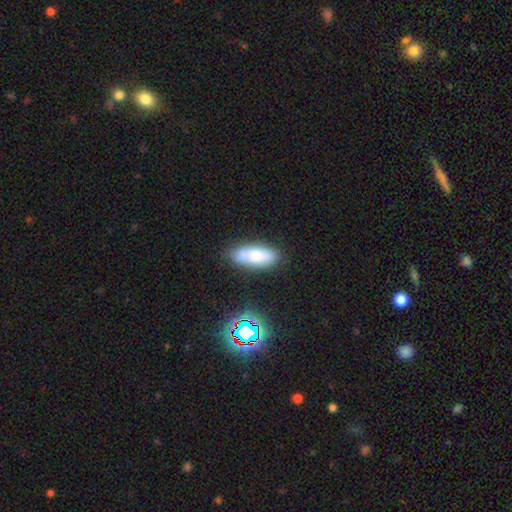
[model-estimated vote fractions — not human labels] This is likely a smooth galaxy (72%). How rounded: likely in between (74%). Merging: likely none (74%).